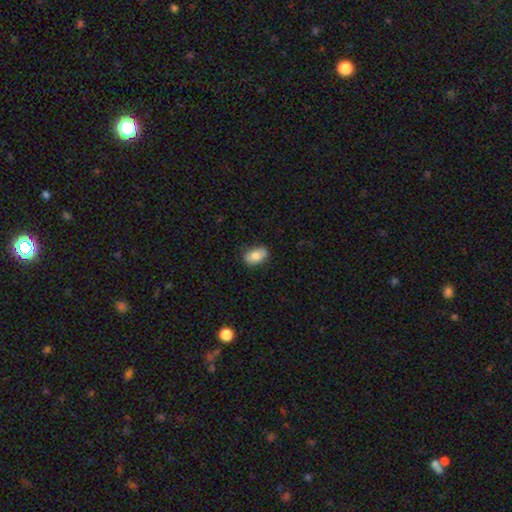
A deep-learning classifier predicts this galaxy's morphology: Smooth or featured: smooth — 80% (featured or disk — 12%)
How rounded: in between — 89% (round — 9%)
Merging: none — 80% (minor disturbance — 16%)